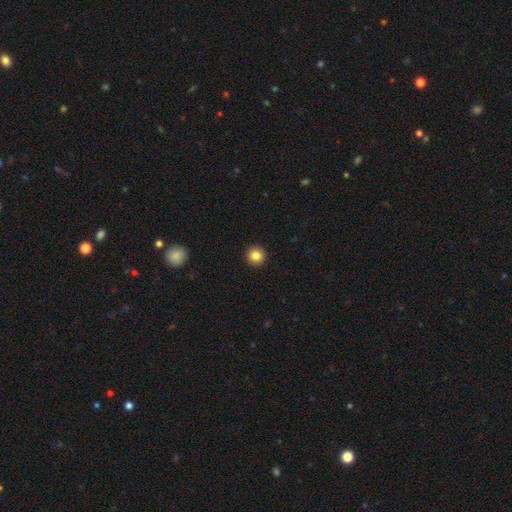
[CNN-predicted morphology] A smooth galaxy with no disk features (85%) that is round (95%).

Vote fractions:
- Smooth or featured? smooth: 85% / star or artifact: 10% / featured or disk: 5%
- How rounded? round: 95% / in between: 4% / cigar-shaped: 1%
- Merging? none: 94% / minor disturbance: 4% / major disturbance: 1% / merger: 1%